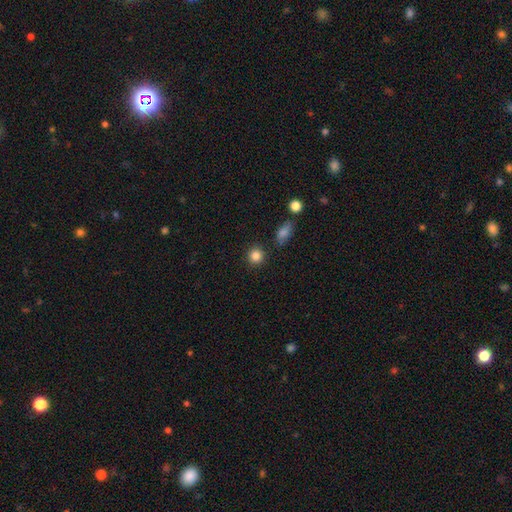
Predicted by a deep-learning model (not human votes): Q: Smooth or featured?
A: smooth (85%); runner-up: star or artifact (10%)
Q: How rounded?
A: round (92%); runner-up: in between (7%)
Q: Merging?
A: none (88%); runner-up: minor disturbance (7%)